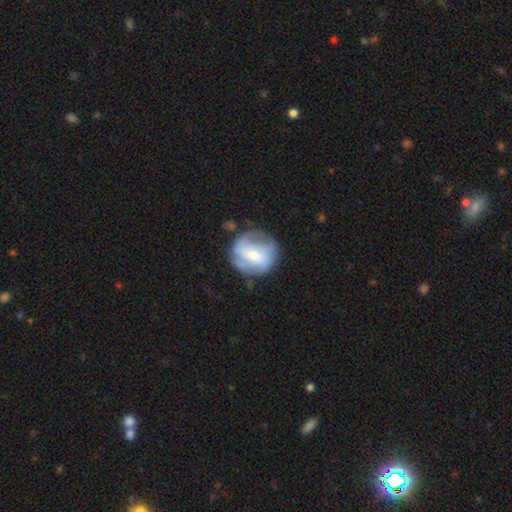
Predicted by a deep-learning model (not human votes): smooth-or-featured: featured or disk: 61% | smooth: 30% | star or artifact: 9%
  disk-edge-on: no: 95% | yes: 5%
    bar: weak: 40% | strong: 31% | no: 30%
    has-spiral-arms: yes: 65% | no: 35%
    bulge-size: small: 50% | moderate: 45% | large: 3% | none: 2% | dominant: 1%
  merging: none: 64% | minor disturbance: 23% | major disturbance: 10% | merger: 3%